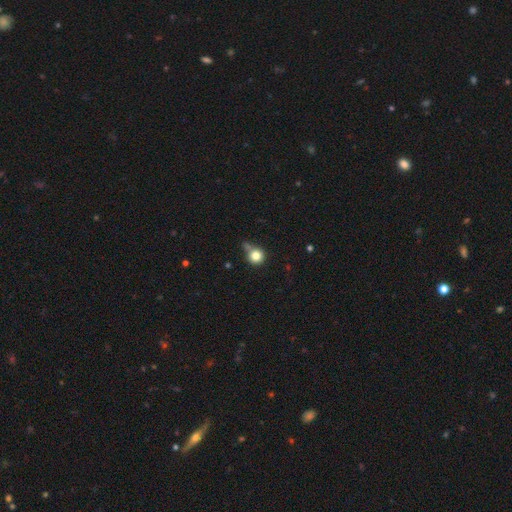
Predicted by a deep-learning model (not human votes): smooth 81%, star or artifact 11%, featured or disk 8%. Down the decision tree: how rounded — round (92%); merging — none (57%).